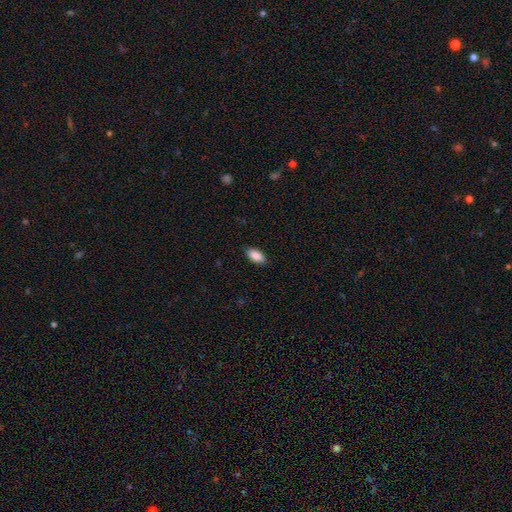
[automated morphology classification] smooth_or_featured: smooth (p=0.89) [alt: star or artifact p=0.07]
how_rounded: in between (p=0.92) [alt: cigar-shaped p=0.05]
merging: none (p=0.87) [alt: minor disturbance p=0.10]